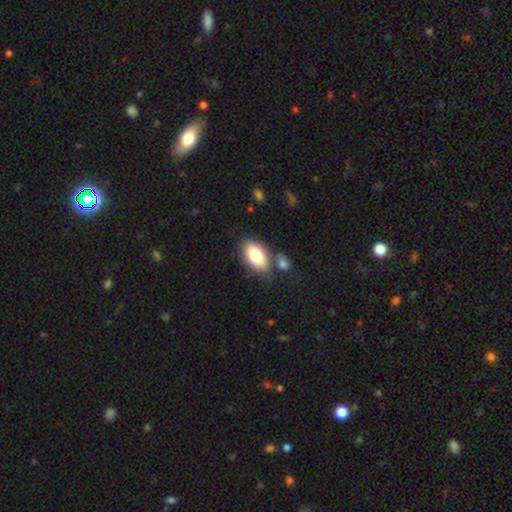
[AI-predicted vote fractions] The model was most divided on "merging": none: 68%, minor disturbance: 14%, merger: 13%, major disturbance: 4%. More confident: how rounded — in between (93%); smooth or featured — smooth (81%).